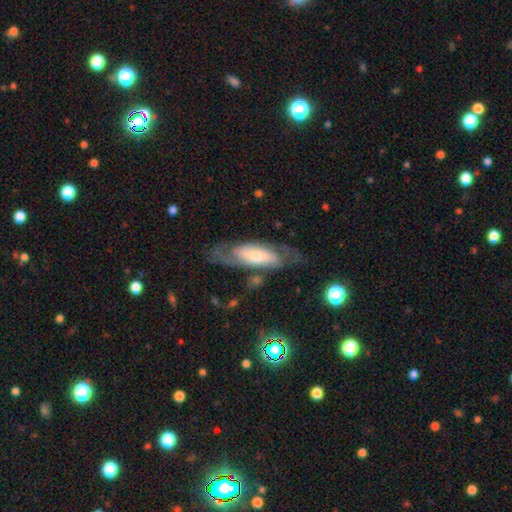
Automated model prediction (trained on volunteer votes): A featured or disk galaxy (64%) with no bar (57%), spiral arms (75%) and a moderate central bulge (49%).

Vote fractions:
- Smooth or featured? featured or disk: 64% / smooth: 30% / star or artifact: 6%
- Edge-on disk? no: 79% / yes: 21%
- Bar? no: 57% / weak: 28% / strong: 15%
- Spiral arms? yes: 75% / no: 25%
- Bulge size? moderate: 49% / small: 37% / large: 10% / none: 2% / dominant: 2%
- Merging? none: 60% / minor disturbance: 21% / major disturbance: 15% / merger: 4%